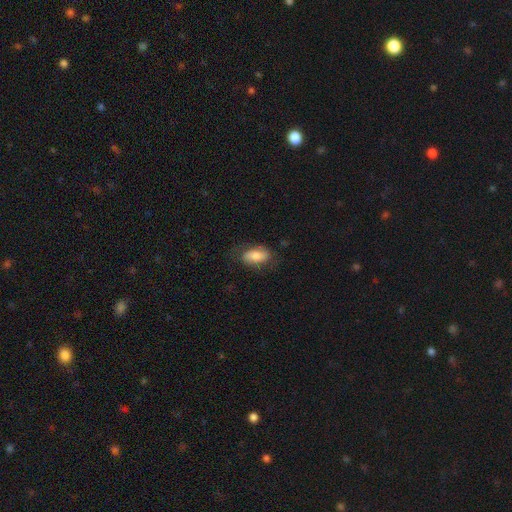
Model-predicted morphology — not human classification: smooth_or_featured: smooth (p=0.72) [alt: featured or disk p=0.21]
how_rounded: in between (p=0.89) [alt: round p=0.06]
merging: none (p=0.70) [alt: minor disturbance p=0.21]